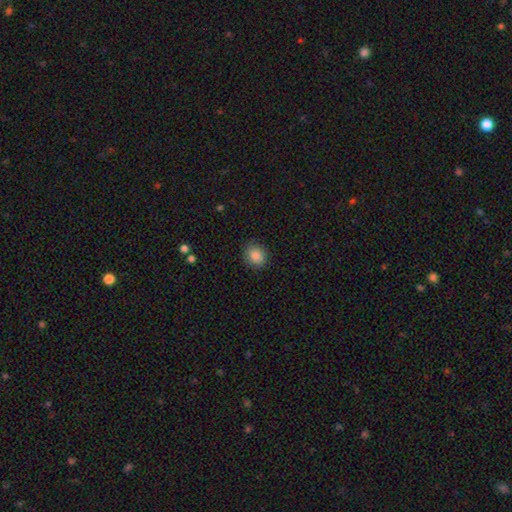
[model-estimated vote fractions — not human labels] A smooth galaxy with no disk features (87%) that is round (65%). Merging: none (86%).